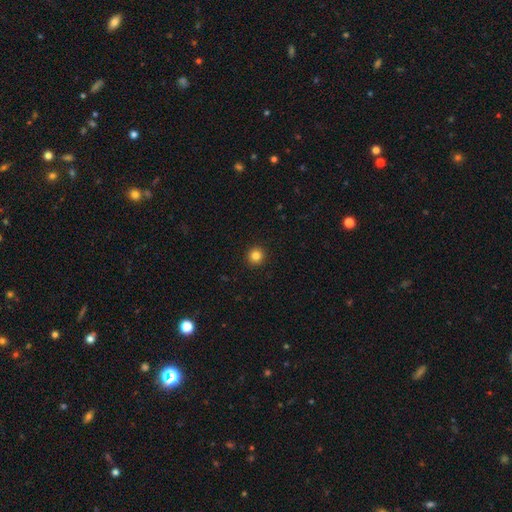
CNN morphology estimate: This appears to be a smooth galaxy with no disk features (84%) that is round (94%). Merging: none (94%).